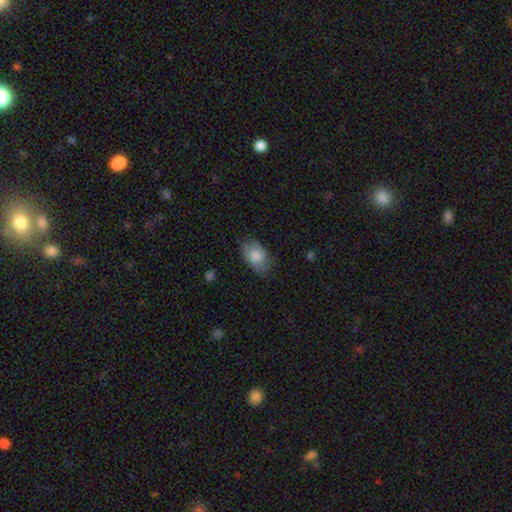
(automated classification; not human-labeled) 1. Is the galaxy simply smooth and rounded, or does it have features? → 83% smooth, 11% featured or disk, 6% star or artifact.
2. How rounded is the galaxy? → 89% in between, 9% round, 1% cigar-shaped.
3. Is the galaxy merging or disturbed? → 71% none, 23% minor disturbance, 5% major disturbance, 1% merger.